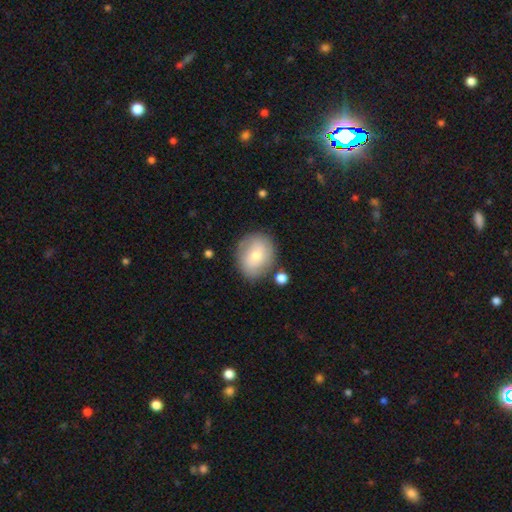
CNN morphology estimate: smooth-or-featured: smooth: 59% | featured or disk: 33% | star or artifact: 8%
  how-rounded: round: 58% | in between: 41% | cigar-shaped: 1%
  merging: none: 76% | minor disturbance: 15% | merger: 5% | major disturbance: 4%